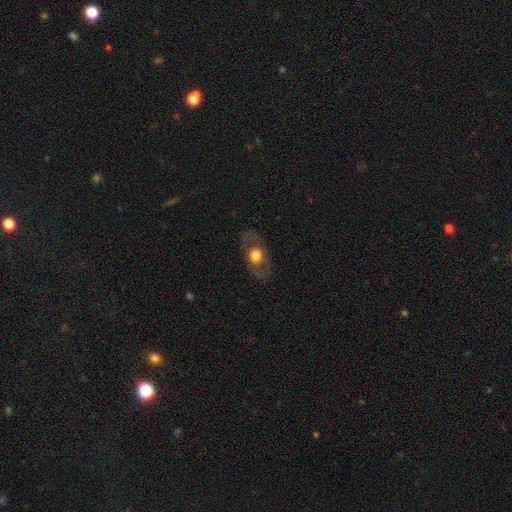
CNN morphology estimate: type=smooth (51%); roundness=in between (70%); merging=none (80%).